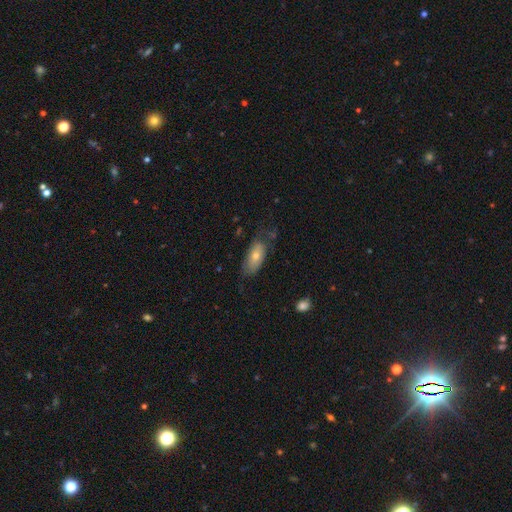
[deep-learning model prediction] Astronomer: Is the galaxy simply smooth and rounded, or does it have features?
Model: smooth — 62%.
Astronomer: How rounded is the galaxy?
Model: in between — 82%.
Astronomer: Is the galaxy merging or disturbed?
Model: none — 59%.